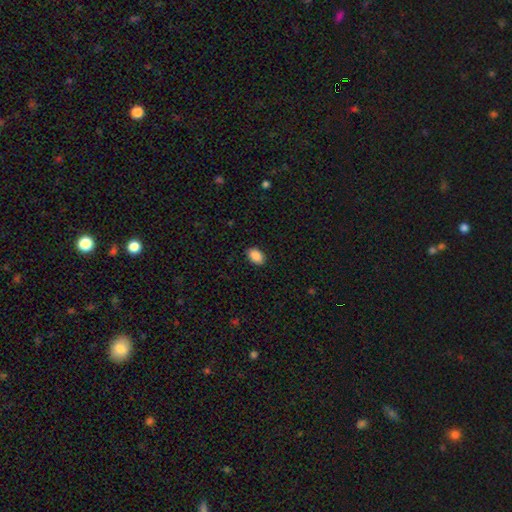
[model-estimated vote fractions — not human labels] Overall: smooth (89%). How rounded: in between (88%). Merging: none (89%).